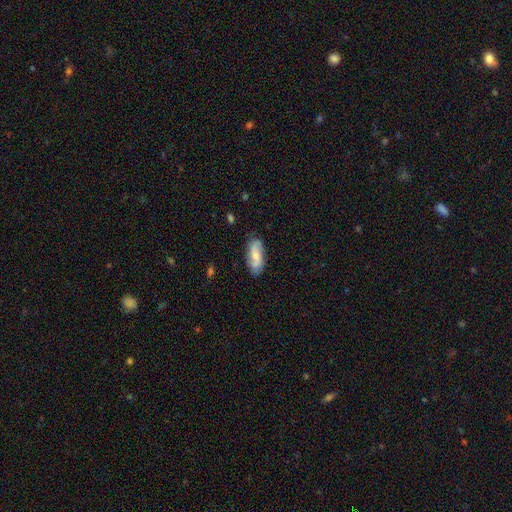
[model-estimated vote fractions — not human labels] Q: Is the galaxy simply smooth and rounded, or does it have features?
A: smooth — 50%.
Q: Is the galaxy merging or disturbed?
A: none — 76%.